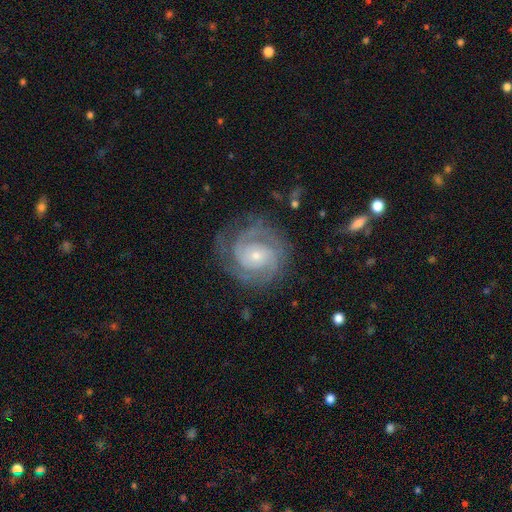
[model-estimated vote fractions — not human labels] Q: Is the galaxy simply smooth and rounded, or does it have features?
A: featured or disk — 89%.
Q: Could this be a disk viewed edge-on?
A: no — 98%.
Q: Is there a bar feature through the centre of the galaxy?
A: no — 66%.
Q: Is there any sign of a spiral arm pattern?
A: yes — 98%.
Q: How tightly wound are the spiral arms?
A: tight — 68%.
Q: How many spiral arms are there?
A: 2 — 55%.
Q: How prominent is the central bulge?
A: small — 71%.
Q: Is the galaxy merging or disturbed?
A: none — 77%.